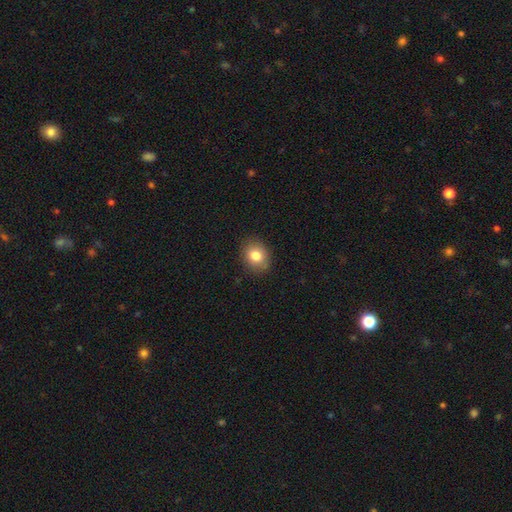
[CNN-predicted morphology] Smooth or featured? smooth (81%)
How rounded? round (55%)
Merging? none (86%)